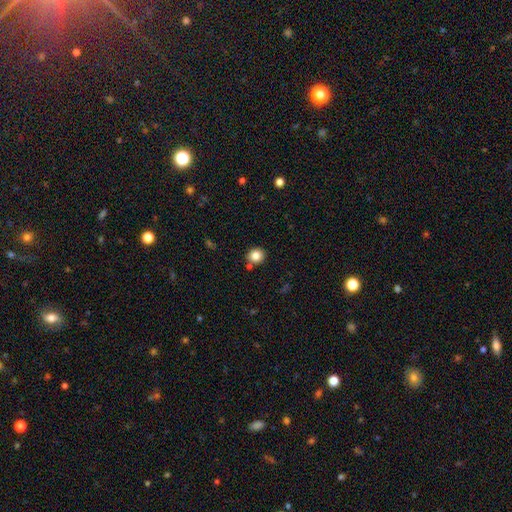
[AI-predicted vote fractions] Smooth or featured: smooth — 84% (star or artifact — 11%)
How rounded: round — 86% (in between — 13%)
Merging: none — 82% (minor disturbance — 8%)